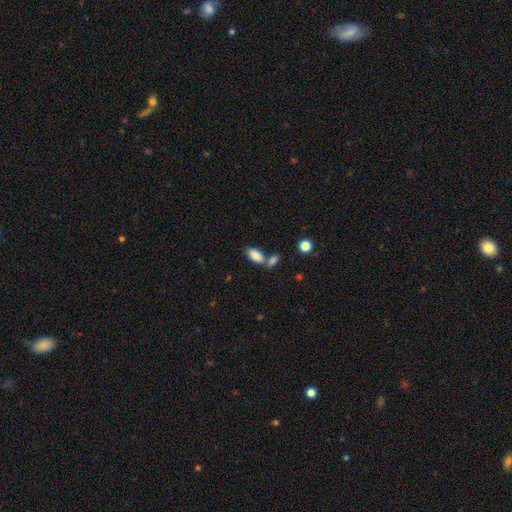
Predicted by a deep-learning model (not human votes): Smooth or featured? smooth (85%)
How rounded? in between (90%)
Merging? none (52%)